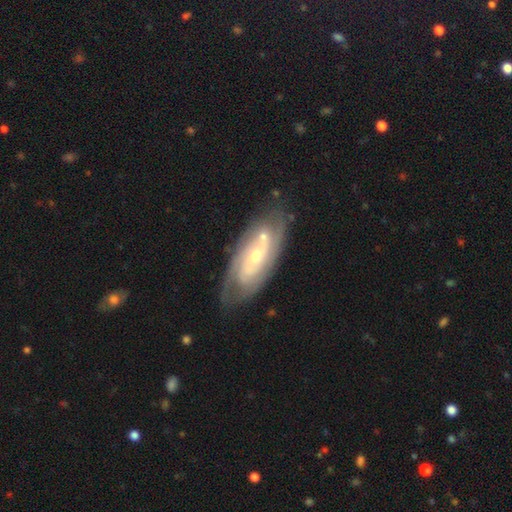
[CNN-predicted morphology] featured or disk 79%, smooth 15%, star or artifact 5%. Down the decision tree: edge-on disk — no (90%); bar — no (65%); spiral arms — yes (86%); spiral arm count — 2 (41%); spiral winding — tight (60%); bulge size — moderate (51%); merging — none (69%).